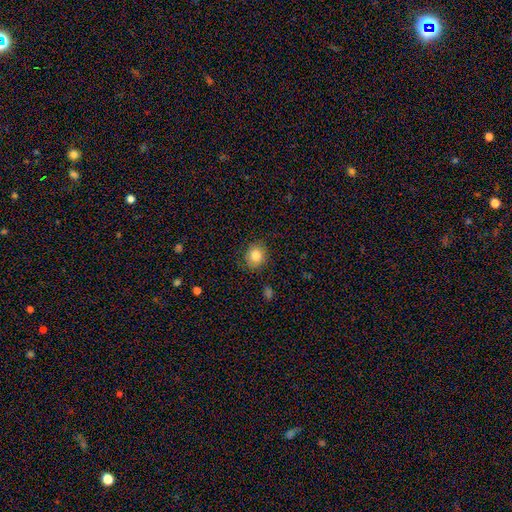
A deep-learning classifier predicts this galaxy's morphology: type=smooth (83%); roundness=round (77%); merging=none (84%).